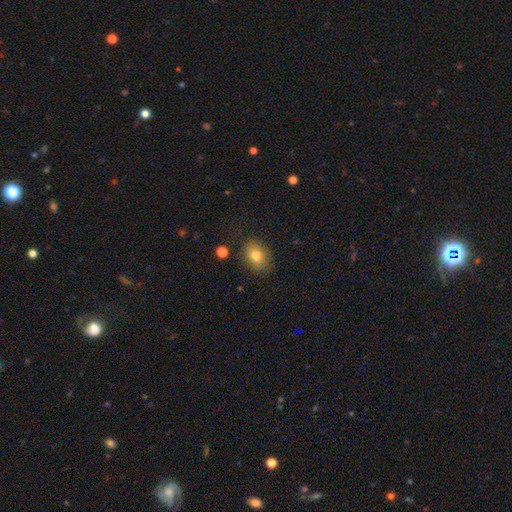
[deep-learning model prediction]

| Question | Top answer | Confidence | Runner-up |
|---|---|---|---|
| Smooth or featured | smooth | 80% | featured or disk (11%) |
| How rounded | in between | 58% | round (41%) |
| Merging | none | 81% | minor disturbance (13%) |